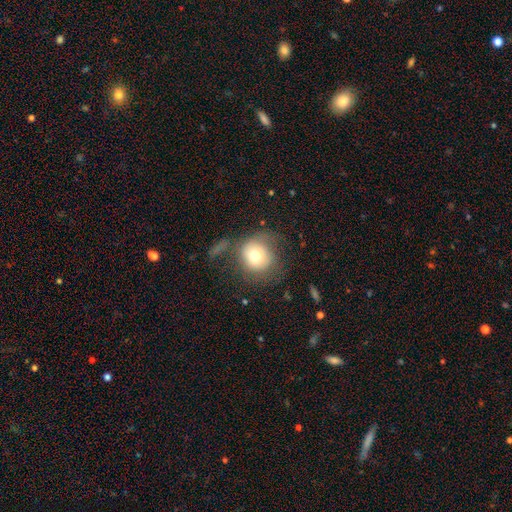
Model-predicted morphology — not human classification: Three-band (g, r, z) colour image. It shows a smooth galaxy with no disk features (70%) that is round (86%). Merging: none (43%).